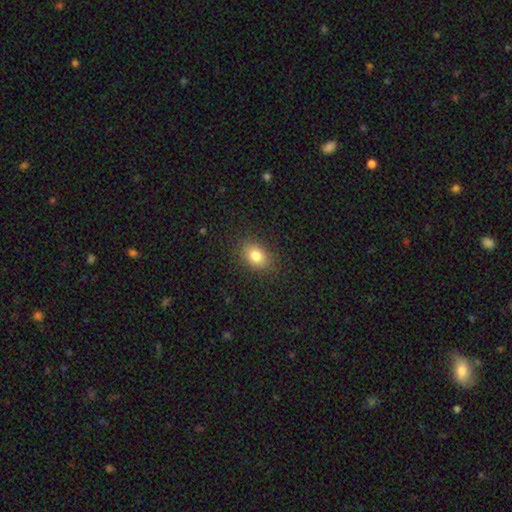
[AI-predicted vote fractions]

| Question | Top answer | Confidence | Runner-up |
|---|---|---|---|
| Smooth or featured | smooth | 82% | star or artifact (10%) |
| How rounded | in between | 74% | round (25%) |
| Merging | none | 86% | minor disturbance (10%) |